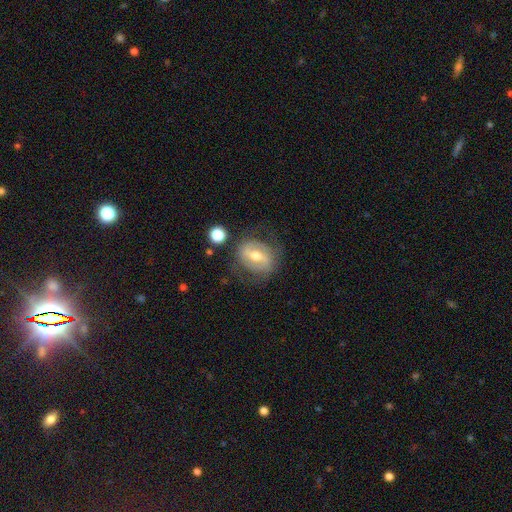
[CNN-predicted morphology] Smooth or featured? Predicted: featured or disk (p=0.60). Edge-on disk? Predicted: no (p=0.93). Bar? Predicted: strong (p=0.49). Spiral arms? Predicted: yes (p=0.51). Bulge size? Predicted: moderate (p=0.72). Merging? Predicted: none (p=0.66).